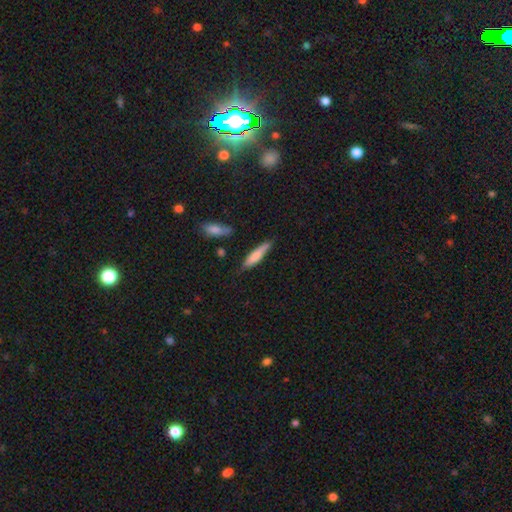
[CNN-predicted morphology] A smooth galaxy with no disk features (73%) that is cigar-shaped (78%).

Vote fractions:
- Smooth or featured? smooth: 73% / featured or disk: 21% / star or artifact: 6%
- How rounded? cigar-shaped: 78% / in between: 20% / round: 2%
- Merging? none: 71% / minor disturbance: 21% / major disturbance: 4% / merger: 4%